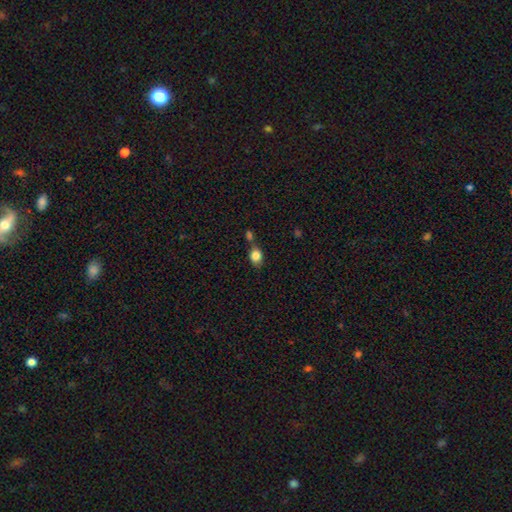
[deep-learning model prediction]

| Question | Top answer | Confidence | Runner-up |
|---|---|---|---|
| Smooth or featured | smooth | 83% | star or artifact (9%) |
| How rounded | in between | 56% | round (43%) |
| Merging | none | 57% | merger (21%) |